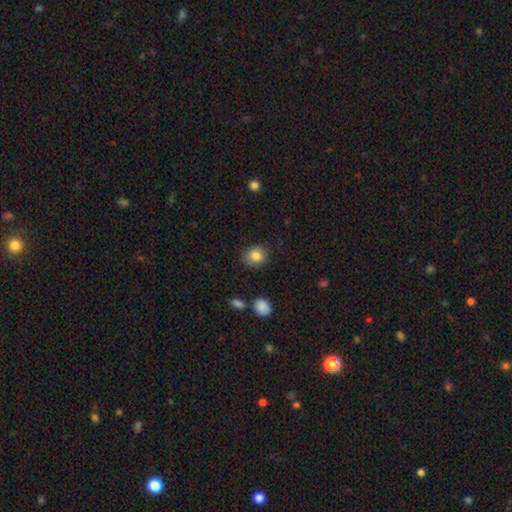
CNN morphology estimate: Smooth or featured?
  - smooth: 84% *
  - star or artifact: 10%
  - featured or disk: 7%
How rounded?
  - round: 75% *
  - in between: 25%
  - cigar-shaped: 1%
Merging?
  - none: 82% *
  - minor disturbance: 13%
  - major disturbance: 3%
  - merger: 2%